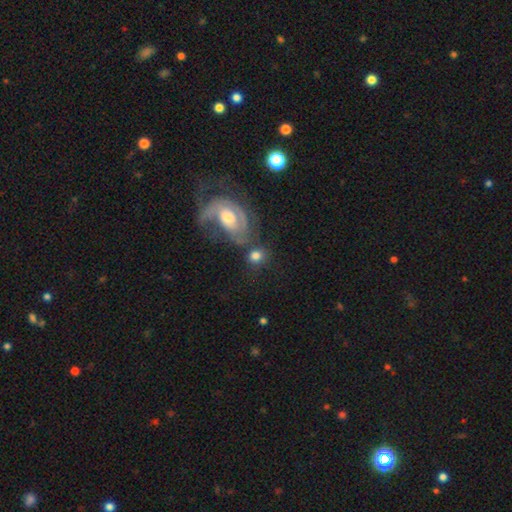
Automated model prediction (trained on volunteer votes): Morphology: type=smooth (65%); roundness=round (68%); merging=none (51%).